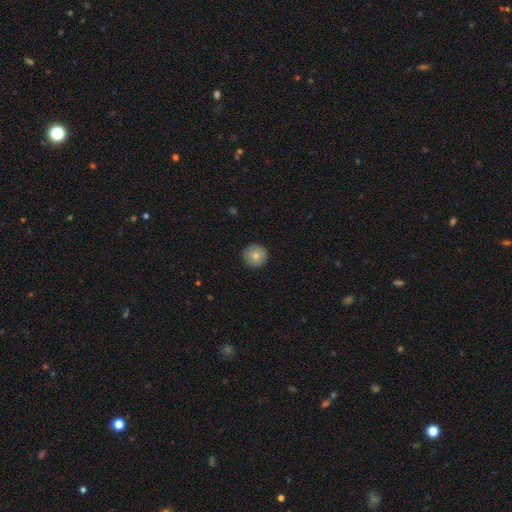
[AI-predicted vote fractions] This appears to be a smooth galaxy with no disk features (81%) that is round (95%). Merging: none (90%).